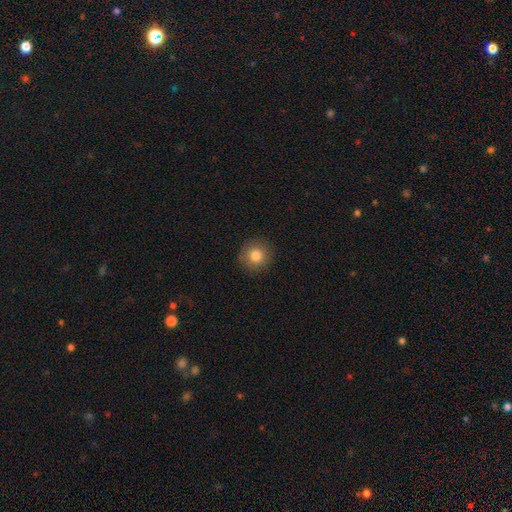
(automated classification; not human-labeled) Overall: smooth (81%). How rounded: round (94%). Merging: none (90%).